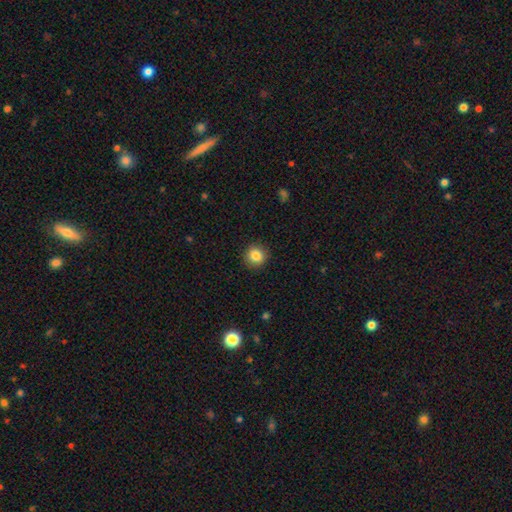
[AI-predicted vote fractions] A smooth galaxy with no disk features (85%) that is round (91%).

Vote fractions:
- Smooth or featured? smooth: 85% / star or artifact: 10% / featured or disk: 5%
- How rounded? round: 91% / in between: 8% / cigar-shaped: 1%
- Merging? none: 91% / minor disturbance: 6% / major disturbance: 2% / merger: 1%